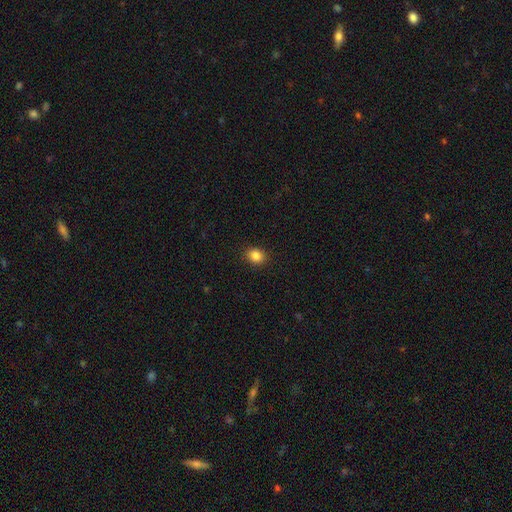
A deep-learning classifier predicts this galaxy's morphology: This is clearly a smooth galaxy (85%). How rounded: possibly round (60%). Merging: clearly none (90%).